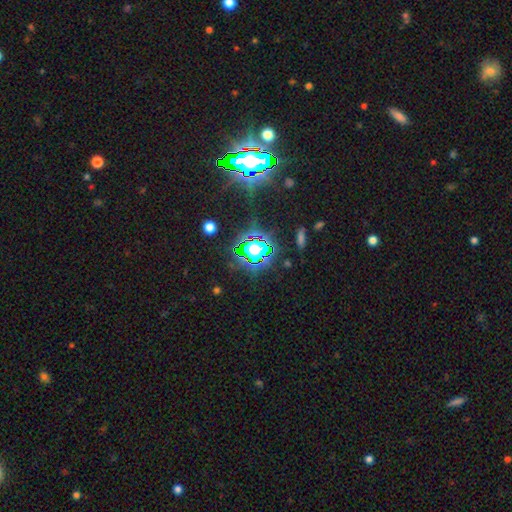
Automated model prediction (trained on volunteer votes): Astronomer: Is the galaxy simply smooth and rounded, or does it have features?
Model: star or artifact — 82%.